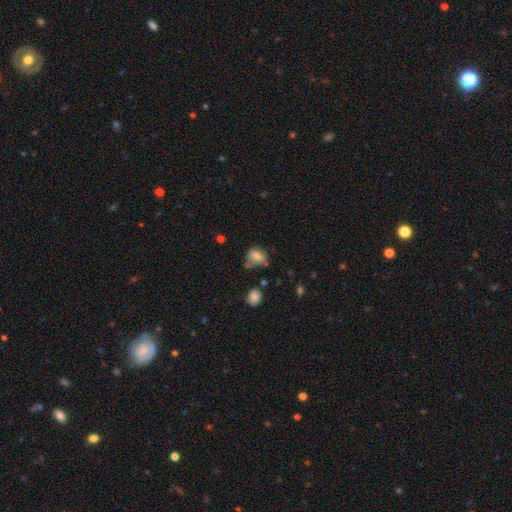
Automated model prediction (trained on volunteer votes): Overall: smooth (76%). How rounded: round (55%; in between 44%). Merging: none (58%; minor disturbance 26%).